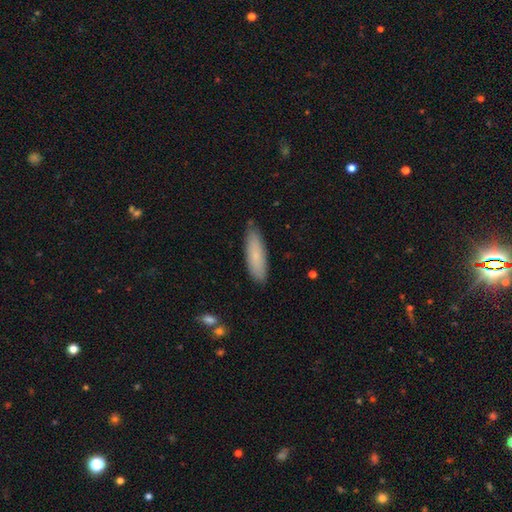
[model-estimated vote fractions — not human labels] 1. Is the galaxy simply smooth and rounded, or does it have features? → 80% smooth, 14% featured or disk, 6% star or artifact.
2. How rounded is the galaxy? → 57% cigar-shaped, 42% in between, 2% round.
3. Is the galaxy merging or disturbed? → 80% none, 16% minor disturbance, 2% major disturbance, 1% merger.